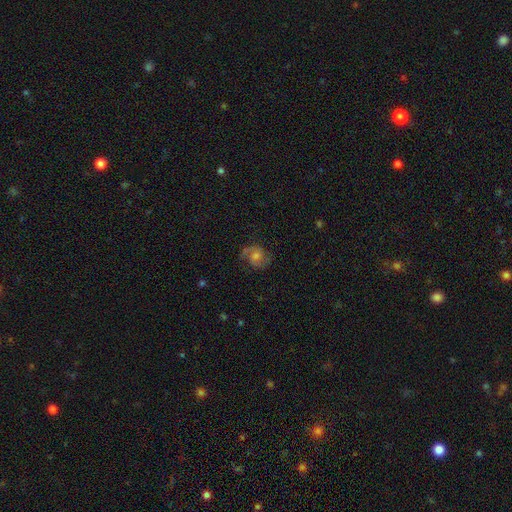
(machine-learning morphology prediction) Q: Smooth or featured?
A: featured or disk (67%); runner-up: smooth (21%)
Q: Edge-on disk?
A: no (97%); runner-up: yes (3%)
Q: Bar?
A: no (52%); runner-up: weak (40%)
Q: Spiral arms?
A: yes (93%); runner-up: no (7%)
Q: Spiral winding?
A: medium (53%); runner-up: loose (25%)
Q: Spiral arm count?
A: 2 (85%); runner-up: can't tell (7%)
Q: Bulge size?
A: moderate (43%); runner-up: small (32%)
Q: Merging?
A: none (73%); runner-up: minor disturbance (16%)